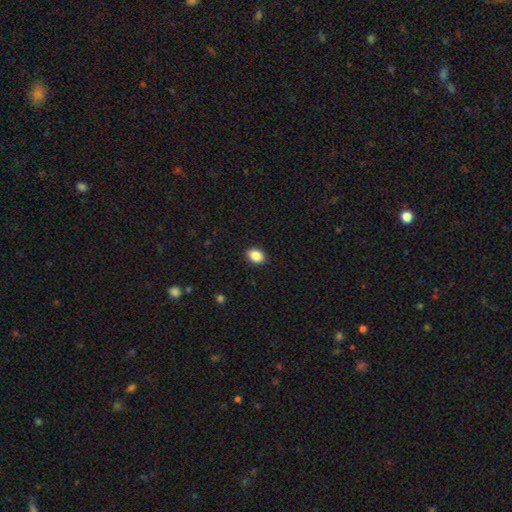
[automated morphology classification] The model was most divided on "how rounded": in between: 72%, round: 27%, cigar-shaped: 1%. More confident: merging — none (90%); smooth or featured — smooth (86%).